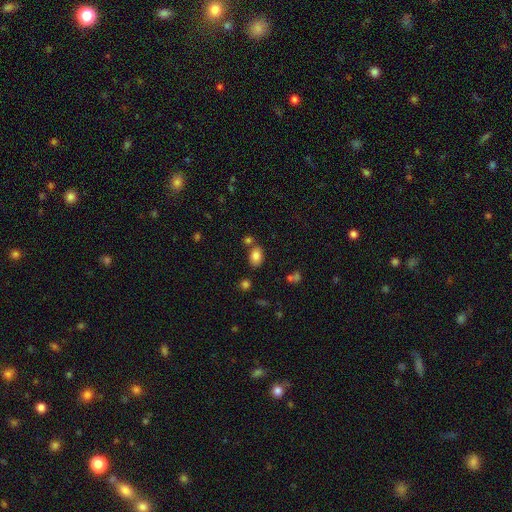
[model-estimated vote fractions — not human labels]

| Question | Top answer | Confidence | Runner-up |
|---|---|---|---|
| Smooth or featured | smooth | 84% | star or artifact (10%) |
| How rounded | in between | 78% | round (20%) |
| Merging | none | 71% | minor disturbance (13%) |